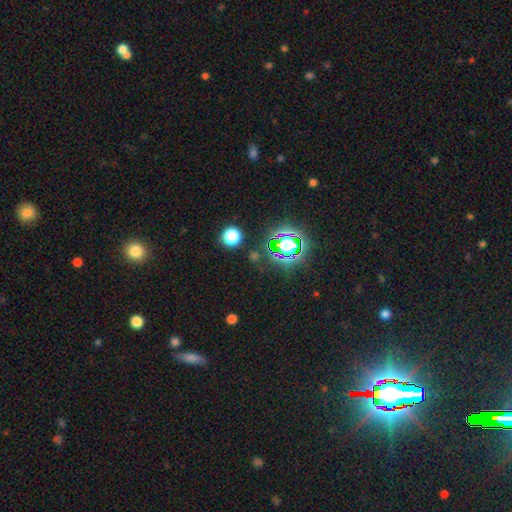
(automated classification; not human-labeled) star or artifact 60%, smooth 32%, featured or disk 8%.